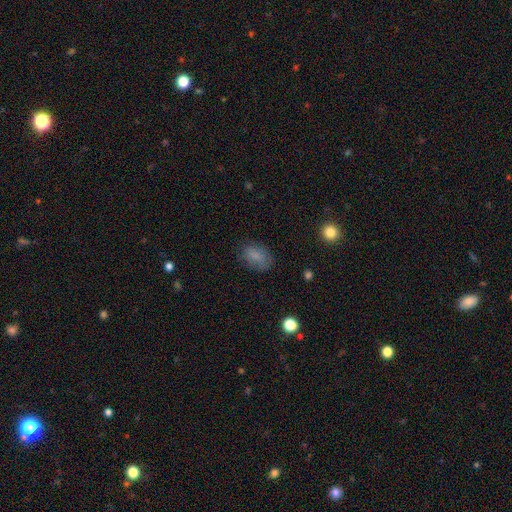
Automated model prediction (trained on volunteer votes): Overall: smooth (80%). How rounded: in between (87%). Merging: none (73%).